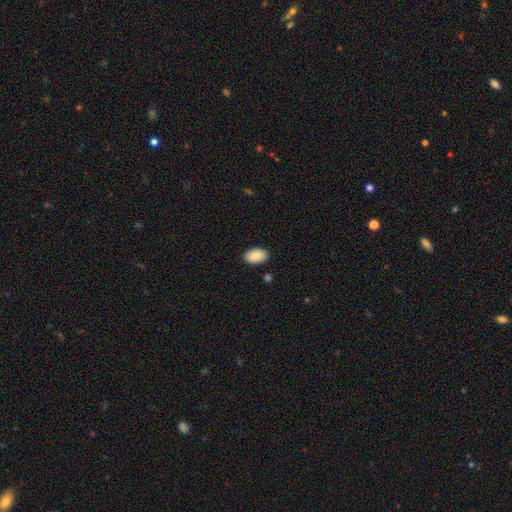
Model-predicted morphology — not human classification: smooth-or-featured: smooth: 87% | featured or disk: 7% | star or artifact: 6%
  how-rounded: in between: 94% | round: 4% | cigar-shaped: 1%
  merging: none: 89% | minor disturbance: 8% | major disturbance: 2% | merger: 1%